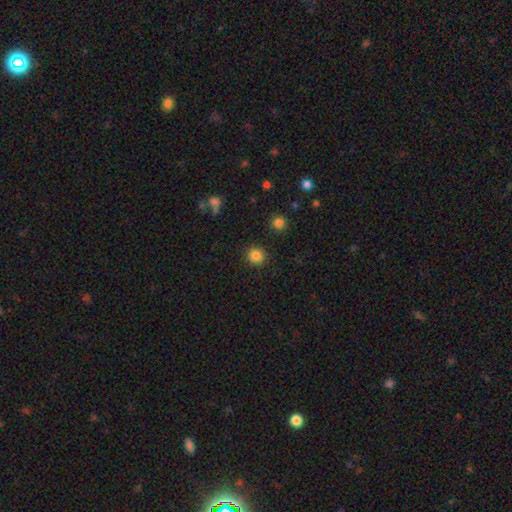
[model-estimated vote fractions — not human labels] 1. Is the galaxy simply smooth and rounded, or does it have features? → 84% smooth, 12% star or artifact, 4% featured or disk.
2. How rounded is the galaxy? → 92% round, 7% in between, 1% cigar-shaped.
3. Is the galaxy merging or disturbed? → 91% none, 6% minor disturbance, 2% major disturbance, 2% merger.